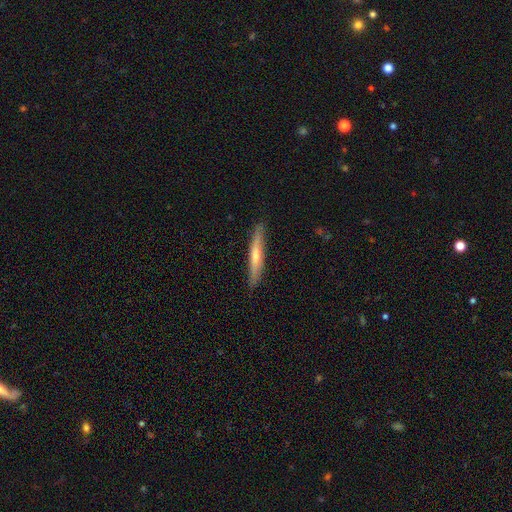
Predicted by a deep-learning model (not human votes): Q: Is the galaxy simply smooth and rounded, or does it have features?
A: smooth — 47%, tied with featured or disk.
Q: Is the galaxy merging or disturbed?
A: none — 88%.